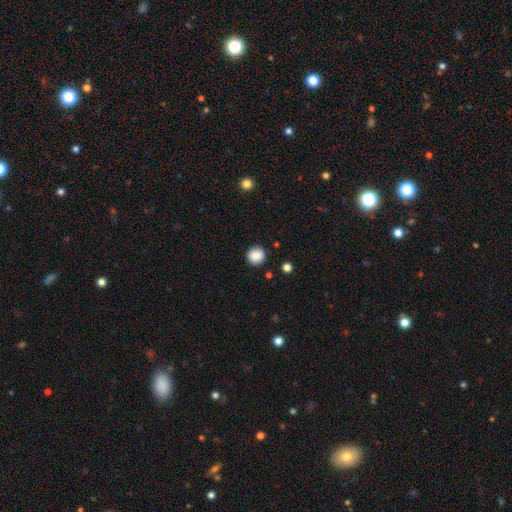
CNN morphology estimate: smooth 86%, star or artifact 9%, featured or disk 5%. Down the decision tree: how rounded — round (94%); merging — none (91%).